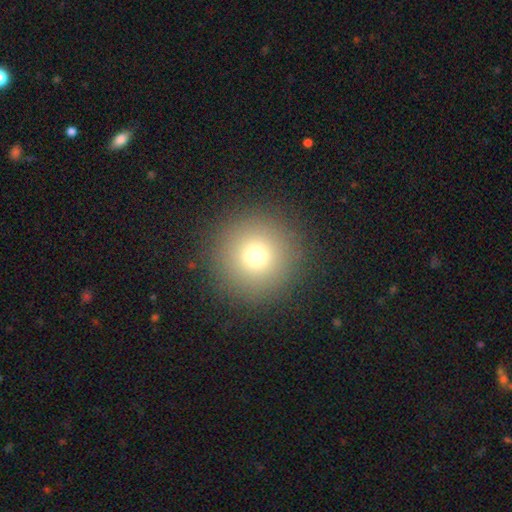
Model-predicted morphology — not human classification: type=smooth (74%); roundness=round (96%); merging=none (91%).